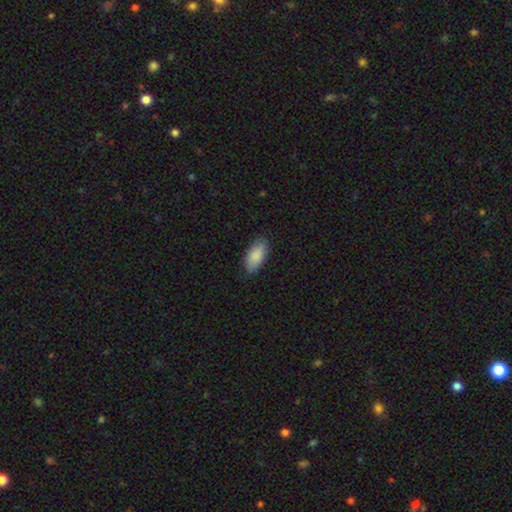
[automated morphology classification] A smooth galaxy with no disk features (89%) that is in between round and cigar-shaped (92%).

Vote fractions:
- Smooth or featured? smooth: 89% / star or artifact: 6% / featured or disk: 5%
- How rounded? in between: 92% / cigar-shaped: 6% / round: 2%
- Merging? none: 84% / minor disturbance: 12% / major disturbance: 2% / merger: 1%